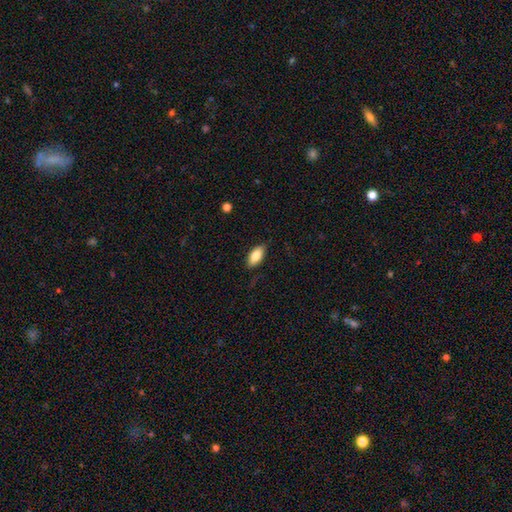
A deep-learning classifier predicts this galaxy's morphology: Smooth or featured?
  - smooth: 82% *
  - featured or disk: 11%
  - star or artifact: 7%
How rounded?
  - in between: 90% *
  - cigar-shaped: 8%
  - round: 3%
Merging?
  - none: 83% *
  - minor disturbance: 13%
  - major disturbance: 3%
  - merger: 1%